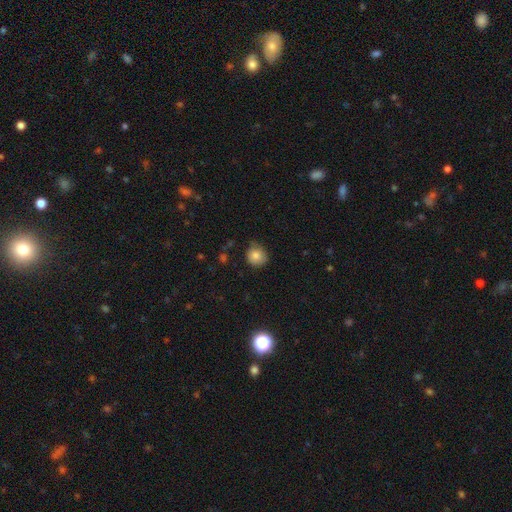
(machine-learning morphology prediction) This appears to be a smooth galaxy with no disk features (83%) that is round (83%). Merging: none (68%).